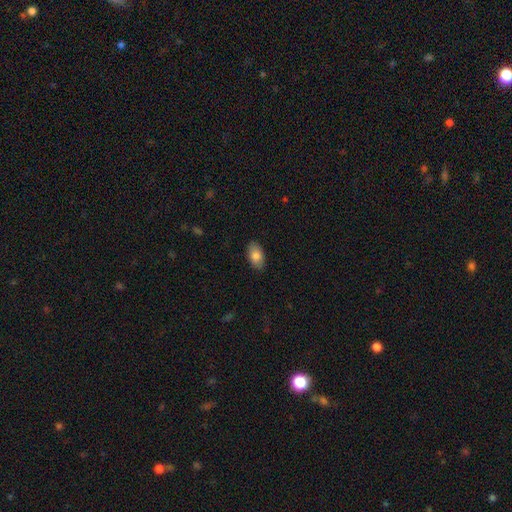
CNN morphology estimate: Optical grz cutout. It shows a smooth galaxy with no disk features (83%) that is in between round and cigar-shaped (93%). Merging: none (86%).